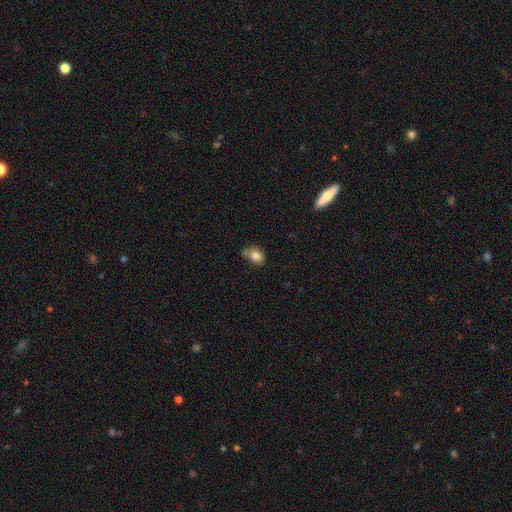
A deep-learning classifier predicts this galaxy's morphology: Overall: smooth (82%). How rounded: in between (60%; round 39%). Merging: none (53%; minor disturbance 30%).